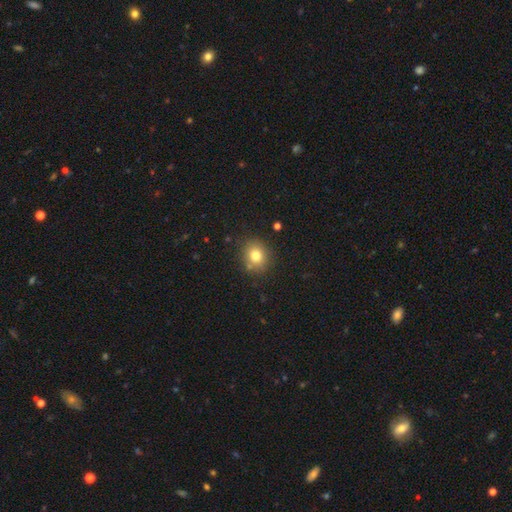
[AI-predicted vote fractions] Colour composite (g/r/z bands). It shows a smooth galaxy with no disk features (78%) that is round (74%). Merging: none (83%).